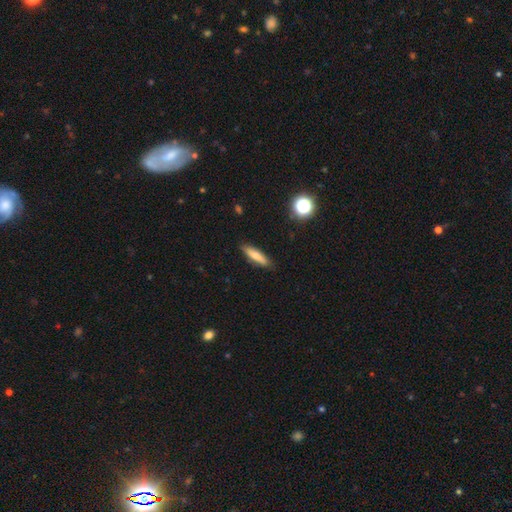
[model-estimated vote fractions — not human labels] smooth_or_featured: smooth (p=0.69) [alt: featured or disk p=0.23]
how_rounded: cigar-shaped (p=0.75) [alt: in between p=0.23]
merging: none (p=0.87) [alt: minor disturbance p=0.10]